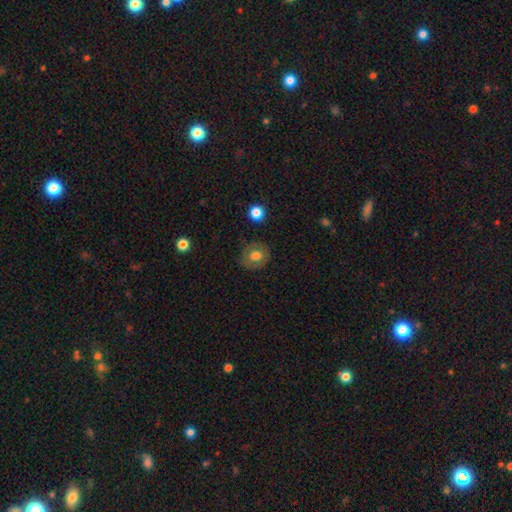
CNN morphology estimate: This is likely a smooth galaxy (69%). How rounded: likely round (73%). Merging: clearly none (83%).